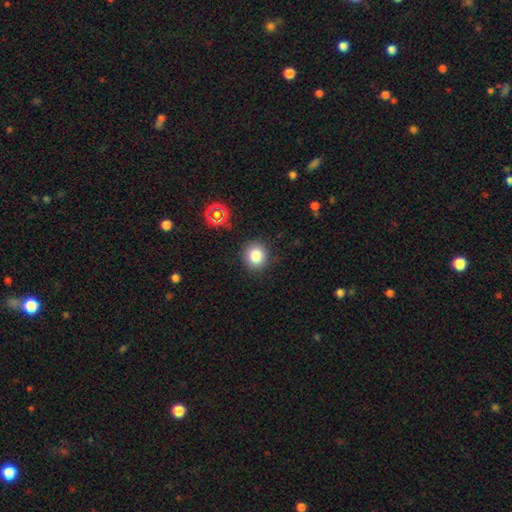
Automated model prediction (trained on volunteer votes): A smooth galaxy with no disk features (82%) that is round (85%).

Vote fractions:
- Smooth or featured? smooth: 82% / star or artifact: 12% / featured or disk: 6%
- How rounded? round: 85% / in between: 14% / cigar-shaped: 1%
- Merging? none: 88% / minor disturbance: 8% / major disturbance: 3% / merger: 2%